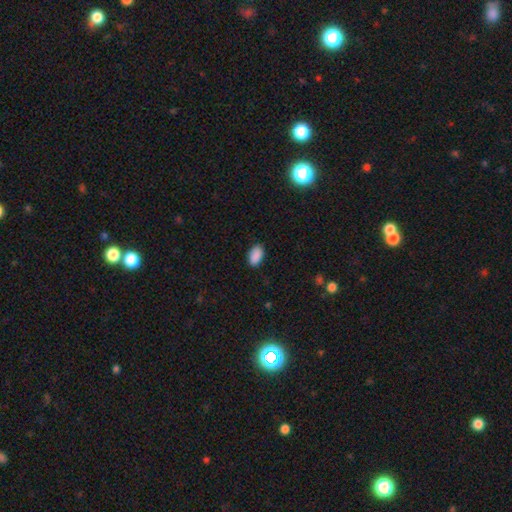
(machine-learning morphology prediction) A smooth galaxy with no disk features (90%) that is in between round and cigar-shaped (94%). Merging: none (87%).